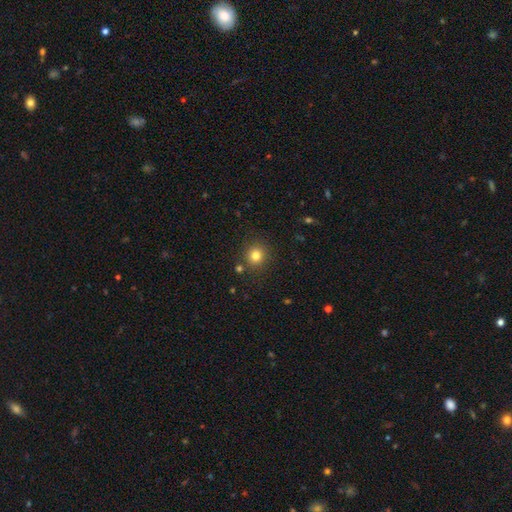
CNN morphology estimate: The model was most divided on "smooth or featured": smooth: 80%, star or artifact: 14%, featured or disk: 7%. More confident: how rounded — round (90%); merging — none (86%).